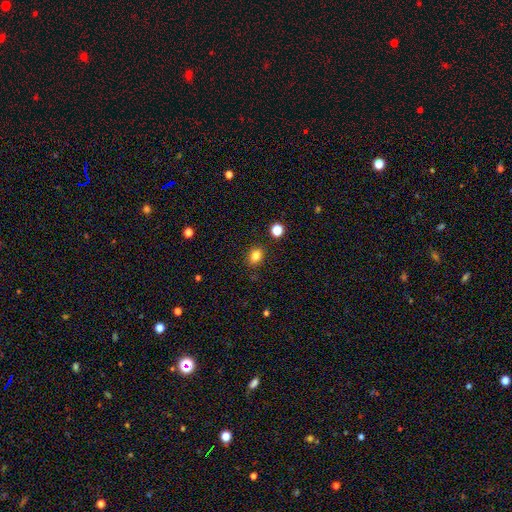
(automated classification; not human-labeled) smooth 83%, star or artifact 12%, featured or disk 5%. Down the decision tree: how rounded — round (51%); merging — none (87%).